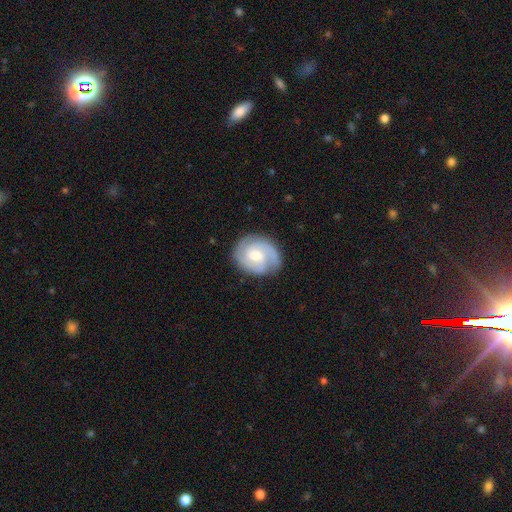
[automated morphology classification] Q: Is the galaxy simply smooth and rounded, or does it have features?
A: featured or disk — 80%.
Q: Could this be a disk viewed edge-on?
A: no — 98%.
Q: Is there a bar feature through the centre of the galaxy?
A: no — 51%.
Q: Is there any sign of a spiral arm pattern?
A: yes — 96%.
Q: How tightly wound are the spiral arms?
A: tight — 57%.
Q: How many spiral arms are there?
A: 2 — 44%.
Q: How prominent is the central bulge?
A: moderate — 53%.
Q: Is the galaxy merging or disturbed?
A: none — 81%.